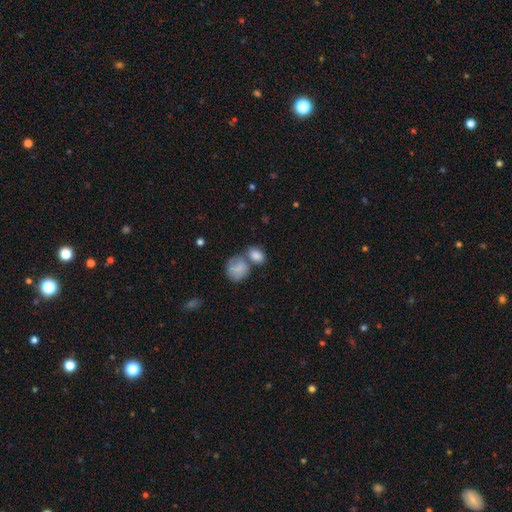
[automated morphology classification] smooth 85%, featured or disk 8%, star or artifact 7%. Down the decision tree: how rounded — in between (70%); merging — merger (47%).